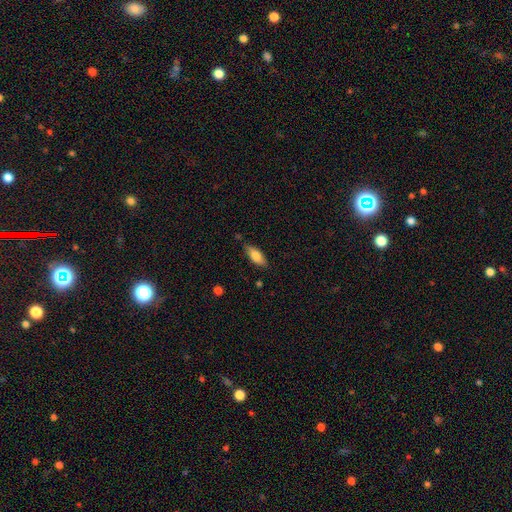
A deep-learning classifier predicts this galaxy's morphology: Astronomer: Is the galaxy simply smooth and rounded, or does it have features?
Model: smooth — 80%.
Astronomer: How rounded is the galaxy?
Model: in between — 80%.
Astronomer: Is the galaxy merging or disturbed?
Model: none — 77%.